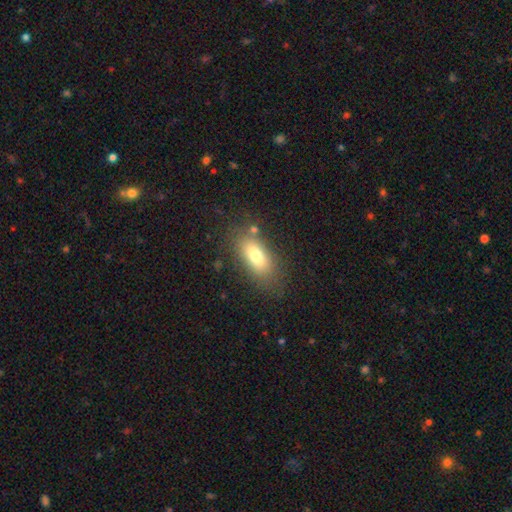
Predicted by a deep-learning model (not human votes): smooth-or-featured: smooth: 75% | featured or disk: 16% | star or artifact: 9%
  how-rounded: in between: 86% | cigar-shaped: 9% | round: 5%
  merging: none: 77% | minor disturbance: 14% | major disturbance: 5% | merger: 4%